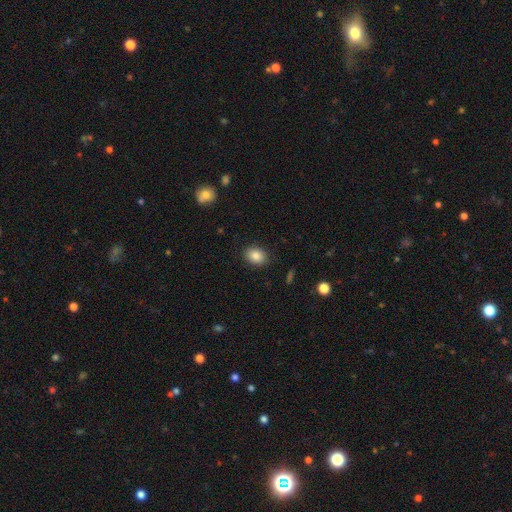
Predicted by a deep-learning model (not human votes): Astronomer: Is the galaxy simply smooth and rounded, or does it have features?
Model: smooth — 85%.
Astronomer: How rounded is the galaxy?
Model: in between — 63%.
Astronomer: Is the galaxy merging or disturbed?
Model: none — 88%.